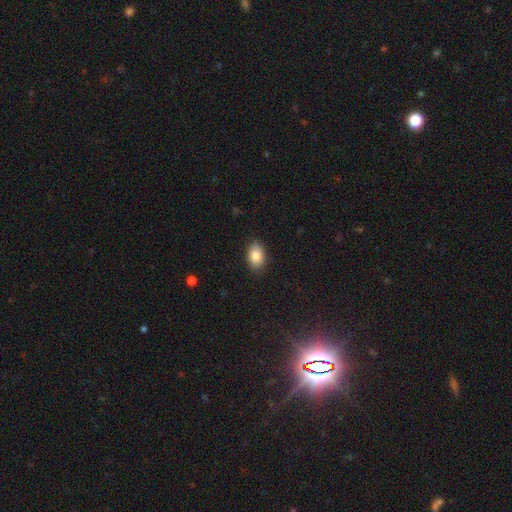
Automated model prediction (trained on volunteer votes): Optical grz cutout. It shows a smooth galaxy with no disk features (86%) that is in between round and cigar-shaped (85%). Merging: none (87%).